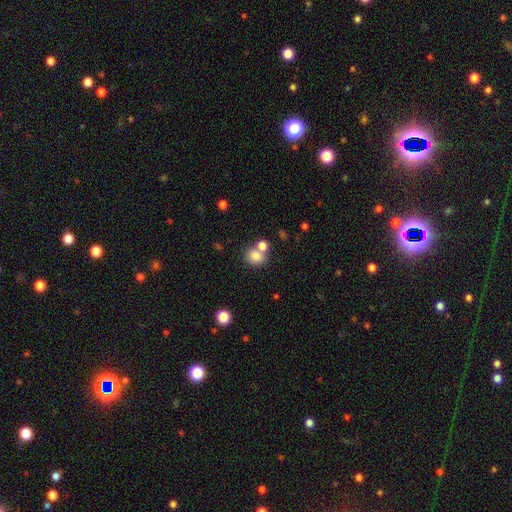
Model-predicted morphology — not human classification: smooth 80%, star or artifact 11%, featured or disk 9%. Down the decision tree: how rounded — round (65%); merging — none (53%).